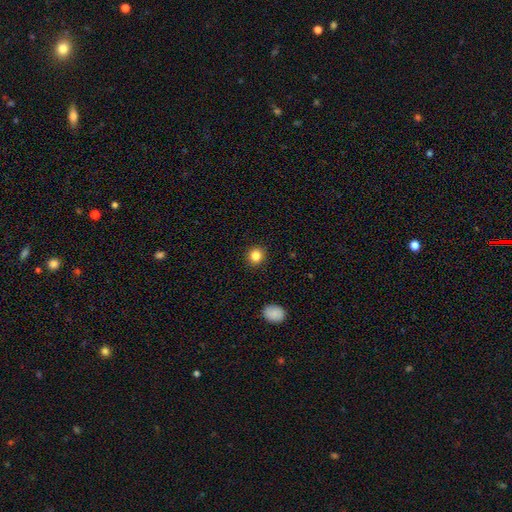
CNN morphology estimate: The model was most divided on "smooth or featured": smooth: 85%, star or artifact: 11%, featured or disk: 5%. More confident: merging — none (92%); how rounded — round (87%).